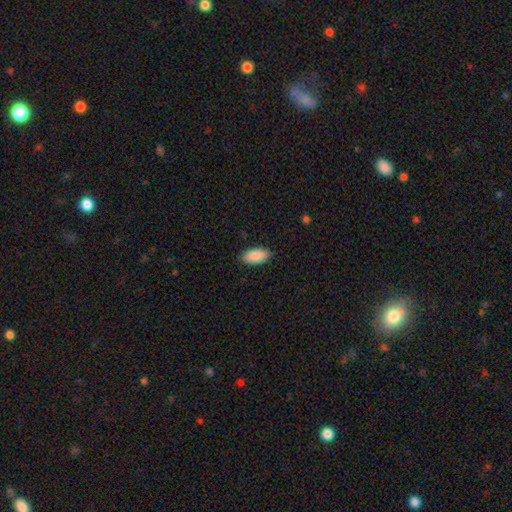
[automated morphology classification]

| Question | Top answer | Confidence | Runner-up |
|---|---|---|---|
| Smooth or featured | smooth | 90% | star or artifact (6%) |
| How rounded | in between | 90% | cigar-shaped (8%) |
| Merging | none | 87% | minor disturbance (10%) |